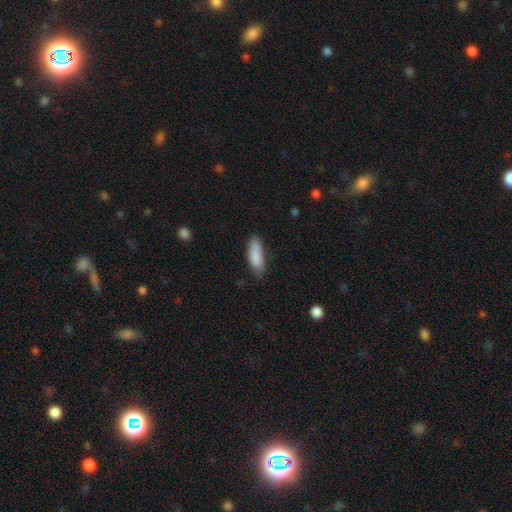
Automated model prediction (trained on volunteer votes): This is clearly a smooth galaxy (87%). How rounded: possibly in between (60%). Merging: likely none (71%).